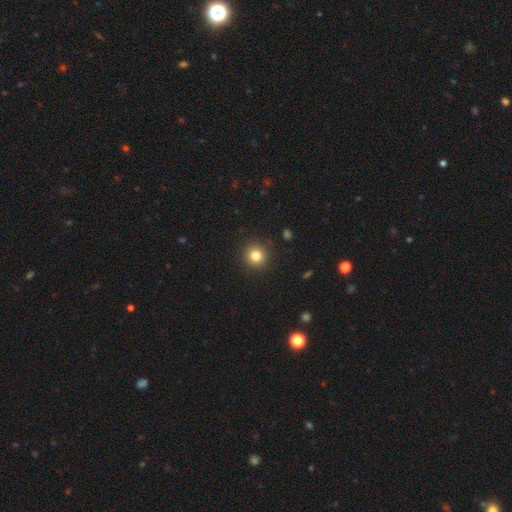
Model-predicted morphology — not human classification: The model was most divided on "smooth or featured": smooth: 82%, star or artifact: 11%, featured or disk: 7%. More confident: how rounded — round (93%); merging — none (92%).